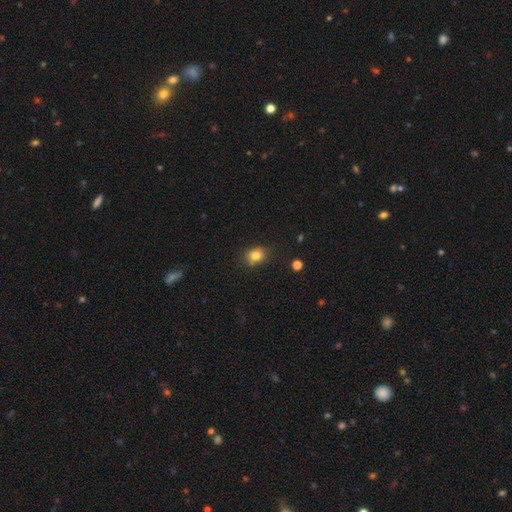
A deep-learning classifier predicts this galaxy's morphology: smooth_or_featured: smooth (p=0.81) [alt: star or artifact p=0.12]
how_rounded: round (p=0.60) [alt: in between p=0.39]
merging: none (p=0.79) [alt: minor disturbance p=0.16]